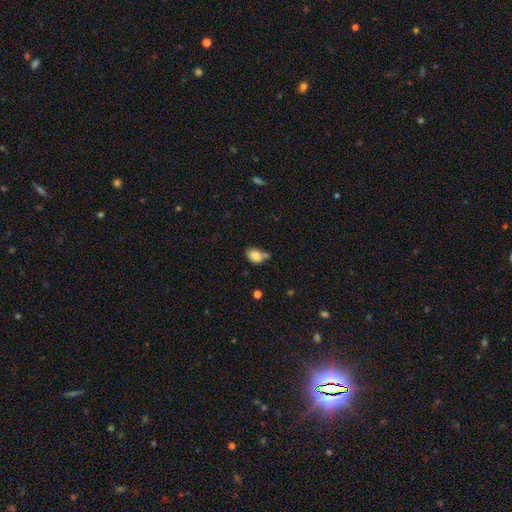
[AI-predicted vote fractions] Smooth or featured: smooth — 81% (featured or disk — 10%)
How rounded: in between — 76% (round — 22%)
Merging: none — 48% (minor disturbance — 26%)